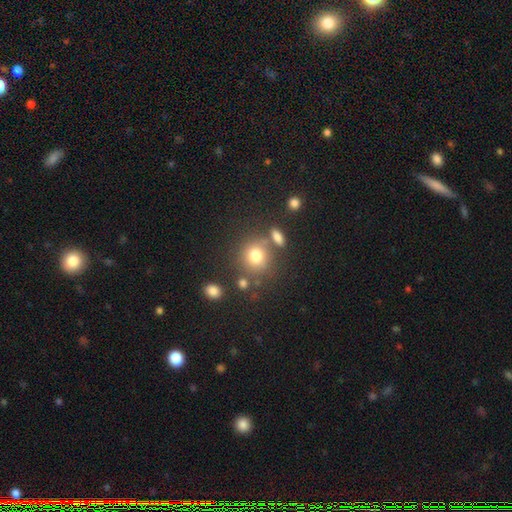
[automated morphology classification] This is likely a smooth galaxy (76%). How rounded: clearly round (84%). Merging: likely none (67%).